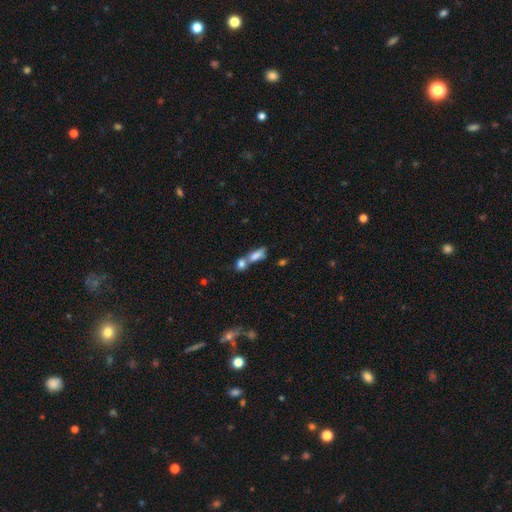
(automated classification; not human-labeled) Smooth or featured: smooth — 76% (featured or disk — 14%)
How rounded: in between — 74% (cigar-shaped — 17%)
Merging: merger — 63% (none — 24%)